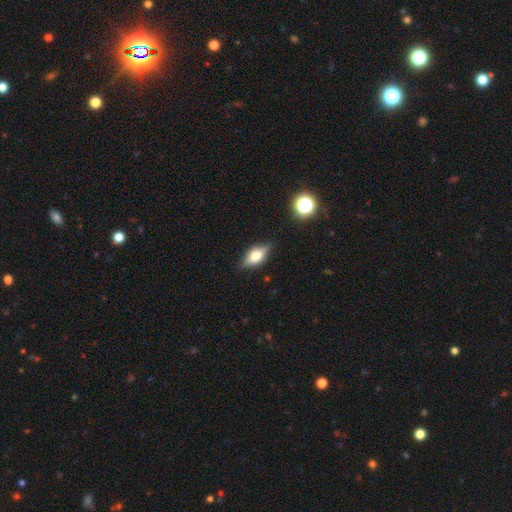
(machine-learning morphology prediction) Overall: featured or disk (45%, tied with smooth). Merging: none (81%).